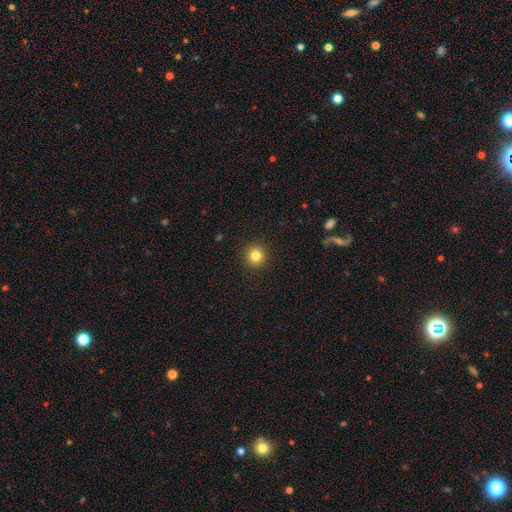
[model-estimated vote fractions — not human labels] A smooth galaxy with no disk features (82%) that is round (94%). Merging: none (92%).